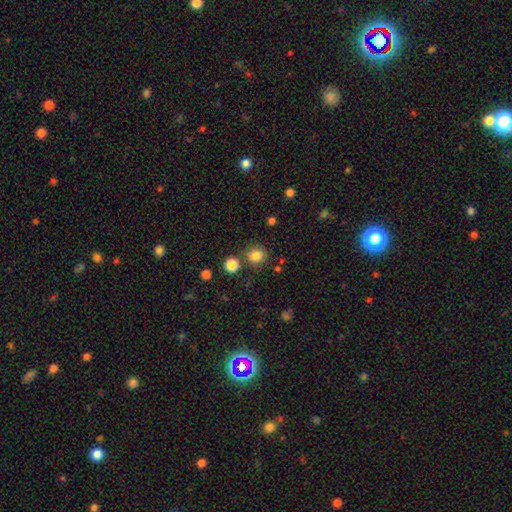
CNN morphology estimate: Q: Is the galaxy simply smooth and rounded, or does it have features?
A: smooth — 83%.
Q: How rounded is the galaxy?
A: round — 85%.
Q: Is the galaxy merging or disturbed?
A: none — 80%.